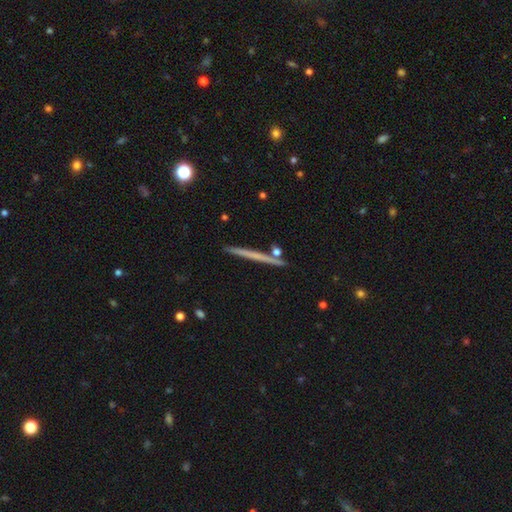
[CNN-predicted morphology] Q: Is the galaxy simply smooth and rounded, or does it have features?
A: featured or disk — 55%.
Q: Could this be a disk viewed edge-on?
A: yes — 97%.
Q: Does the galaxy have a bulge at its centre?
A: none — 87%.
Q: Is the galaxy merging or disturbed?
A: none — 89%.